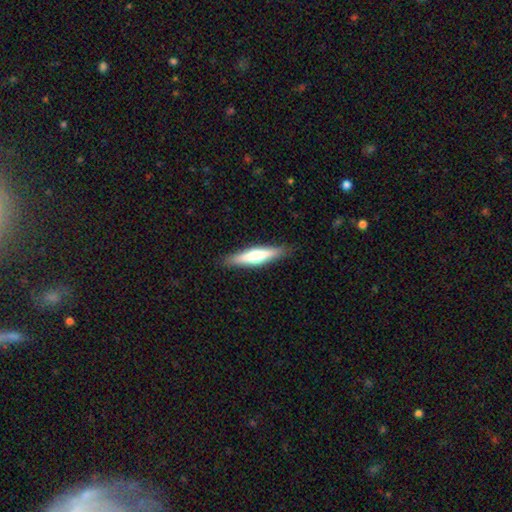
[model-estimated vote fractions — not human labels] Smooth or featured? Predicted: featured or disk (p=0.52). Edge-on disk? Predicted: yes (p=0.95). Merging? Predicted: none (p=0.89).